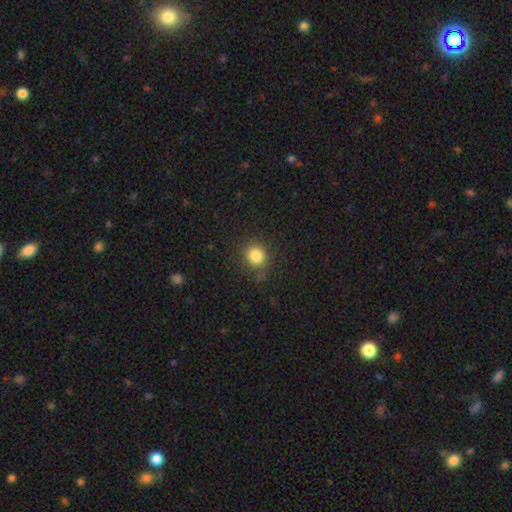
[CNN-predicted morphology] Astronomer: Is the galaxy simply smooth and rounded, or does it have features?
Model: smooth — 83%.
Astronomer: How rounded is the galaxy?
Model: round — 84%.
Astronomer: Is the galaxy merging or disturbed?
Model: none — 83%.